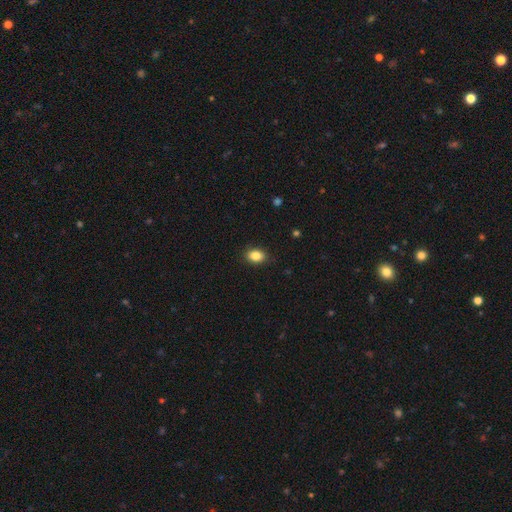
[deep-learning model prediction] Smooth or featured: smooth — 86% (star or artifact — 9%)
How rounded: in between — 74% (round — 25%)
Merging: none — 87% (minor disturbance — 10%)